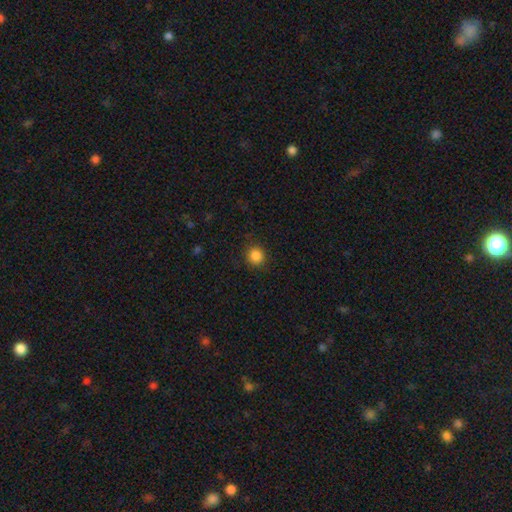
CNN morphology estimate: This is clearly a smooth galaxy (86%). How rounded: clearly round (91%). Merging: clearly none (89%).